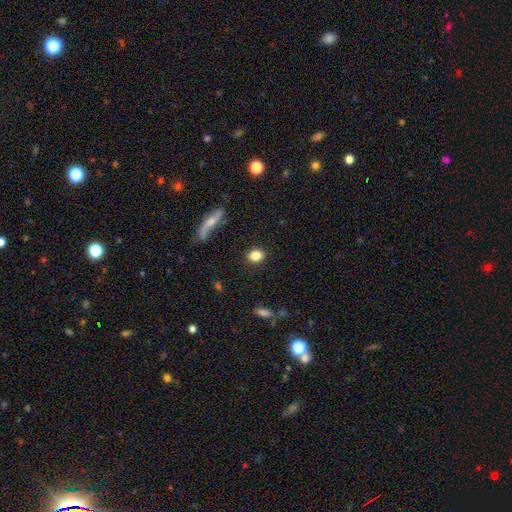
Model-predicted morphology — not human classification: A smooth galaxy with no disk features (83%) that is in between round and cigar-shaped (50%).

Vote fractions:
- Smooth or featured? smooth: 83% / star or artifact: 9% / featured or disk: 8%
- How rounded? in between: 50% / round: 47% / cigar-shaped: 3%
- Merging? none: 88% / minor disturbance: 8% / major disturbance: 2% / merger: 2%